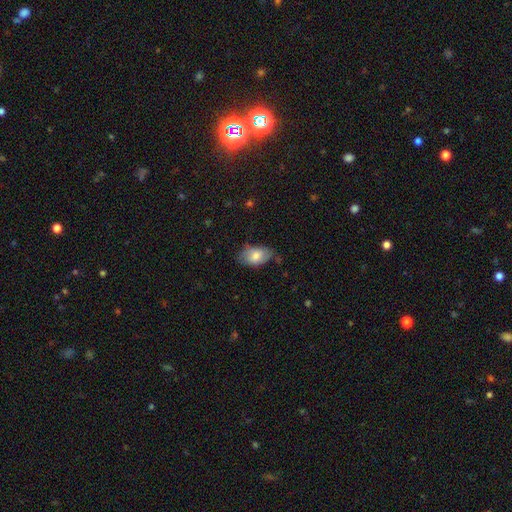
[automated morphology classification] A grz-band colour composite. It shows a smooth galaxy with no disk features (76%) that is in between round and cigar-shaped (92%). Merging: none (65%).